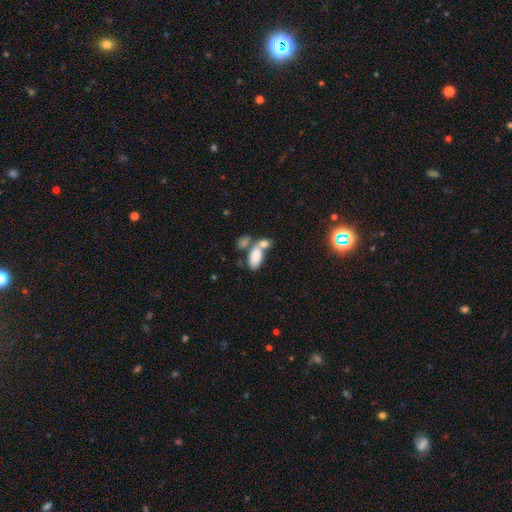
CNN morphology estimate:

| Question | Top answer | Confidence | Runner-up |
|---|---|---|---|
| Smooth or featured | smooth | 81% | featured or disk (12%) |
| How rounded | in between | 92% | cigar-shaped (4%) |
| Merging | merger | 54% | none (30%) |